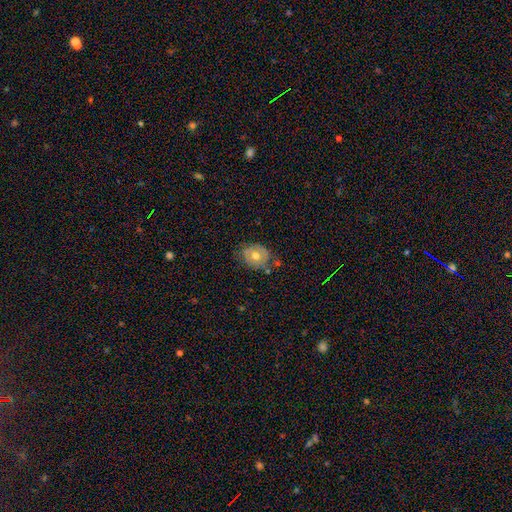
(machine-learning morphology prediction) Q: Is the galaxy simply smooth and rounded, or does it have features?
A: smooth — 50%.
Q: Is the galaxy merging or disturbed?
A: none — 64%.